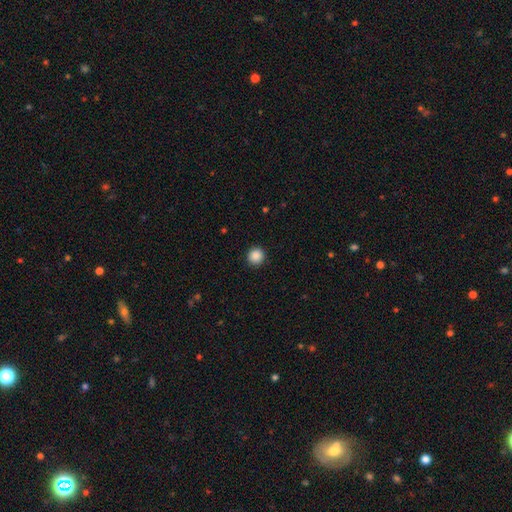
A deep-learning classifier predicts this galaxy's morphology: Overall: smooth (88%). How rounded: round (93%). Merging: none (92%).